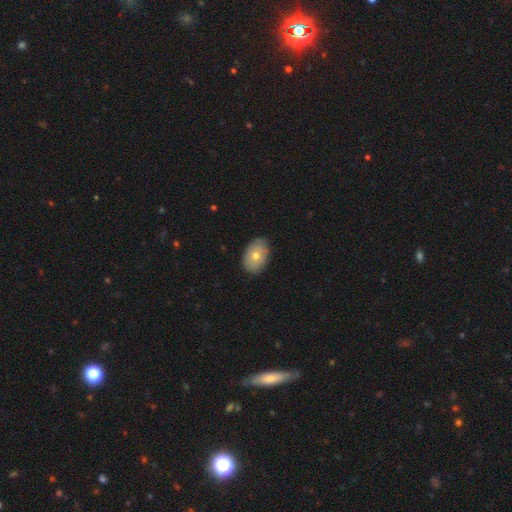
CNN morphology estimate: type=smooth (69%); roundness=in between (82%); merging=none (84%).